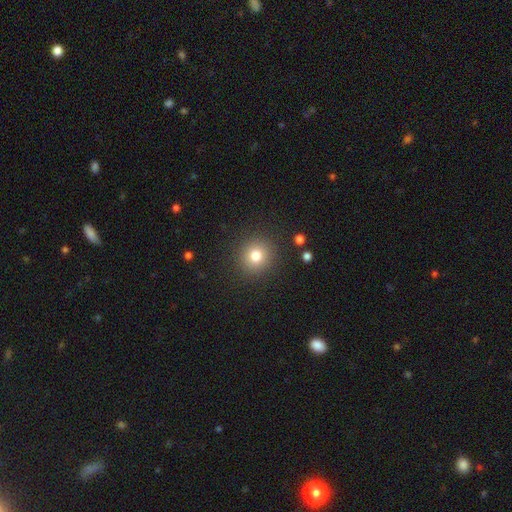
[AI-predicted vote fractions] Smooth or featured? smooth (79%)
How rounded? round (91%)
Merging? none (90%)